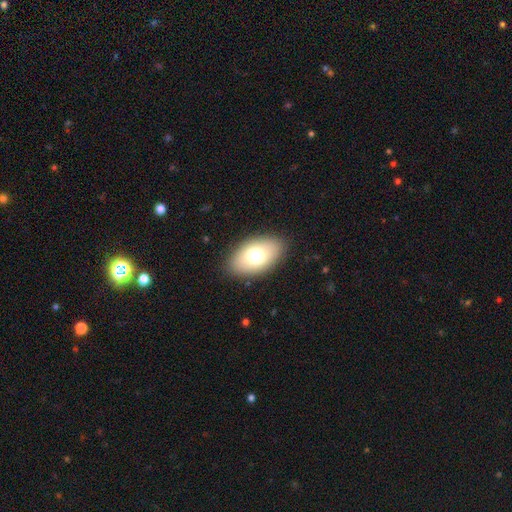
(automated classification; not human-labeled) A smooth galaxy with no disk features (72%) that is in between round and cigar-shaped (92%). Merging: none (87%).